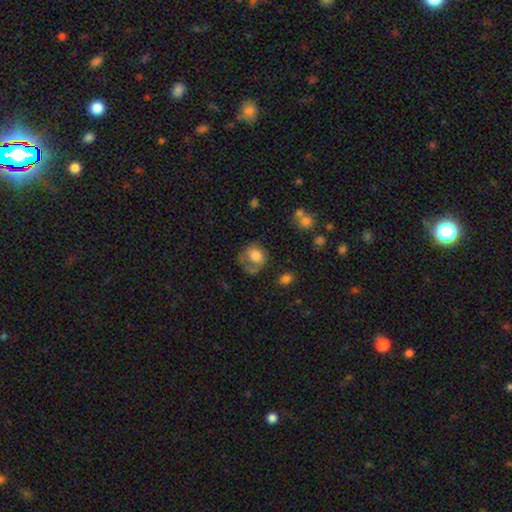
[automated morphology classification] type=smooth (64%); roundness=round (71%); merging=none (45%).